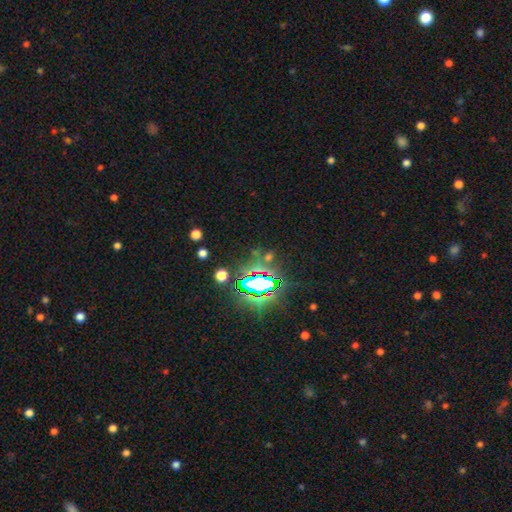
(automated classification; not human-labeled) This appears to be a star or artifact, not a galaxy (78%).